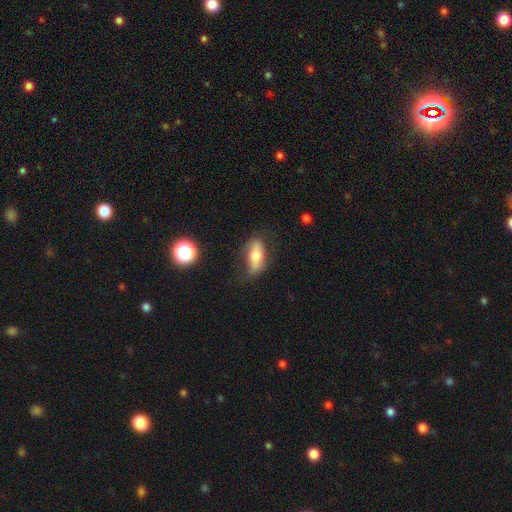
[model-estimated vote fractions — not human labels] Morphology: type=smooth (64%); roundness=in between (76%); merging=none (67%).